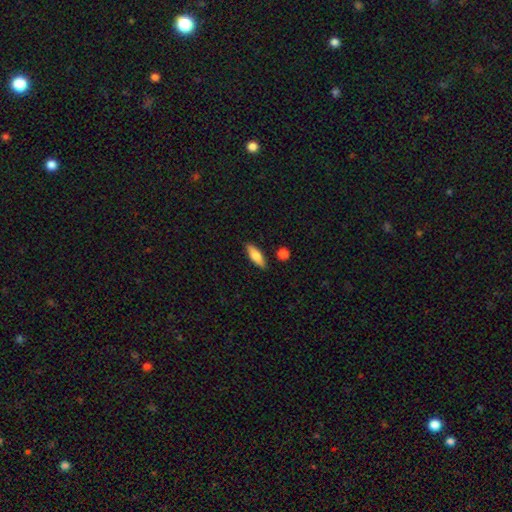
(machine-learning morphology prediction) Smooth or featured? Predicted: smooth (p=0.74). How rounded? Predicted: in between (p=0.57). Merging? Predicted: none (p=0.85).